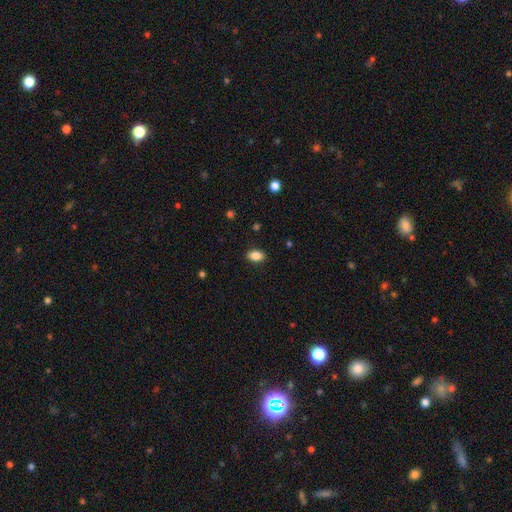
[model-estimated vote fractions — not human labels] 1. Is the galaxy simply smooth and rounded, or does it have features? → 87% smooth, 8% star or artifact, 4% featured or disk.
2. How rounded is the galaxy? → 89% in between, 10% round, 2% cigar-shaped.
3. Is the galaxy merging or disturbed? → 89% none, 8% minor disturbance, 2% major disturbance, 1% merger.